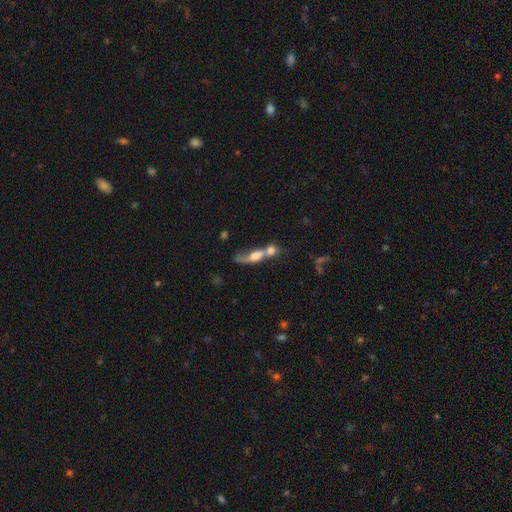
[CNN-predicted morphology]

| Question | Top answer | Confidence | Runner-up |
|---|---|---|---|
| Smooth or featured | smooth | 52% | featured or disk (37%) |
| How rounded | in between | 51% | cigar-shaped (27%) |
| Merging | merger | 69% | none (13%) |